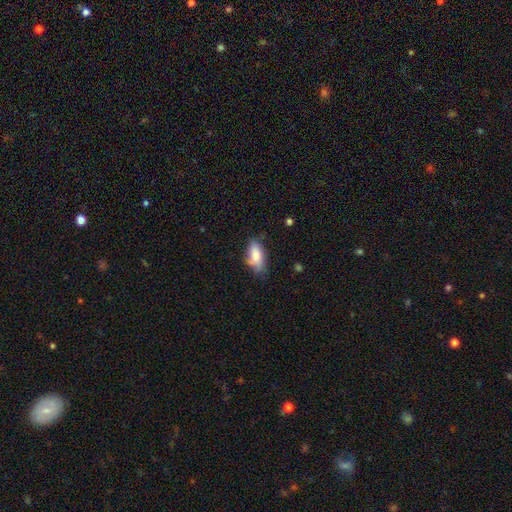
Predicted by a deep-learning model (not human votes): Overall: smooth (77%). How rounded: in between (88%). Merging: none (58%; minor disturbance 31%).